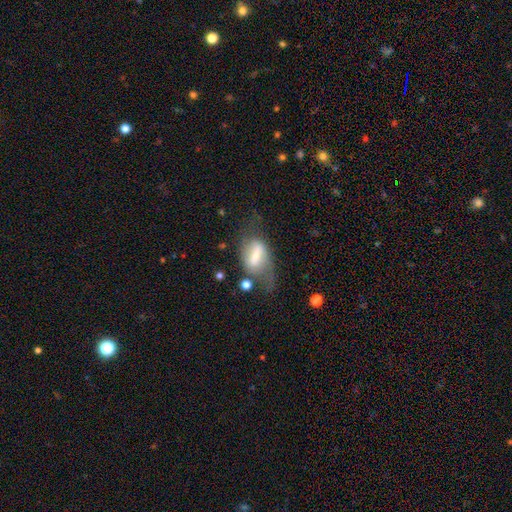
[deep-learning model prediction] Smooth or featured? featured or disk (52%)
Edge-on disk? no (89%)
Merging? none (41%)